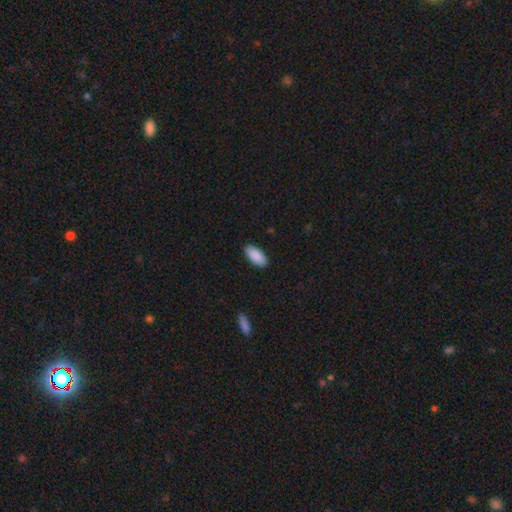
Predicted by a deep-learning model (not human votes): Smooth or featured? Predicted: smooth (p=0.90). How rounded? Predicted: in between (p=0.92). Merging? Predicted: none (p=0.89).